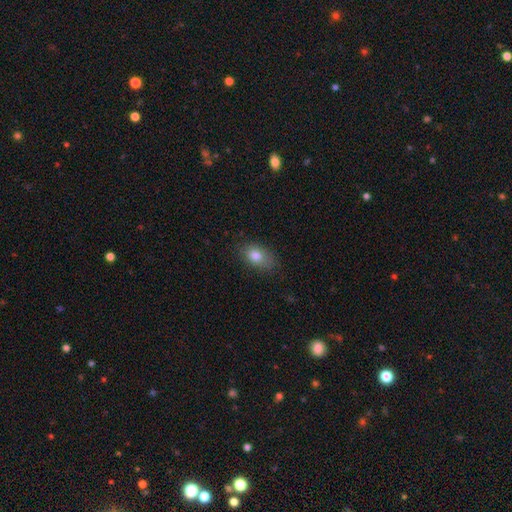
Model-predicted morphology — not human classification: Smooth or featured: smooth — 80% (featured or disk — 11%)
How rounded: in between — 86% (round — 12%)
Merging: none — 76% (minor disturbance — 19%)